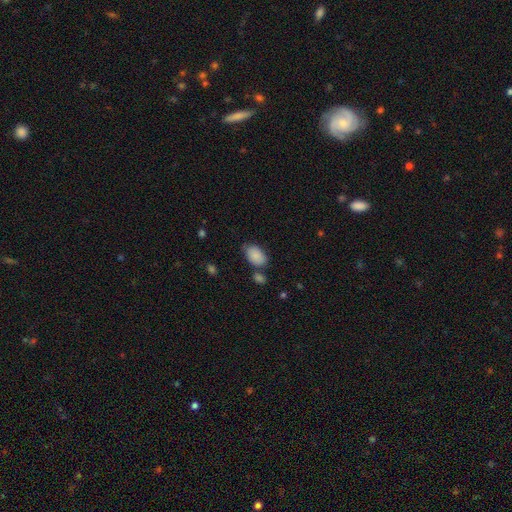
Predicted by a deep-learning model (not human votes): Smooth or featured? Predicted: smooth (p=0.87). How rounded? Predicted: in between (p=0.92). Merging? Predicted: none (p=0.65).